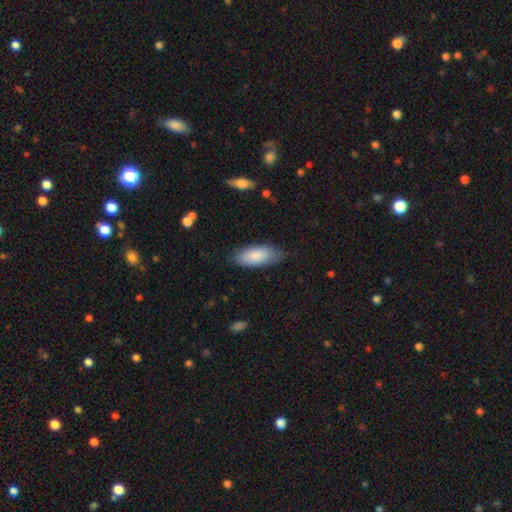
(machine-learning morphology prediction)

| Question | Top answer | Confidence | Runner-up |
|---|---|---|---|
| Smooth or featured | smooth | 84% | featured or disk (11%) |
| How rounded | in between | 85% | cigar-shaped (14%) |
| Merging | none | 73% | minor disturbance (21%) |